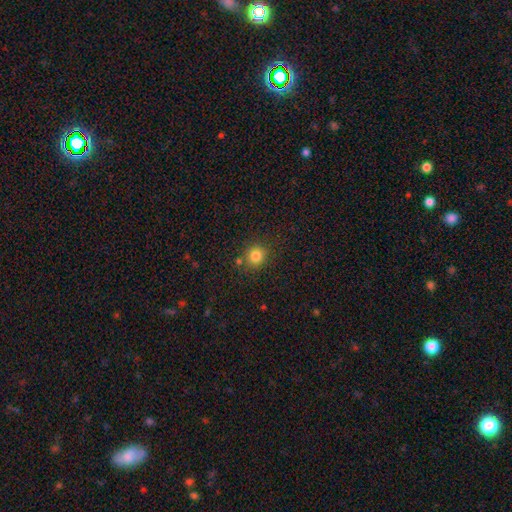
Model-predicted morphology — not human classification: The model was most divided on "smooth or featured": smooth: 82%, star or artifact: 12%, featured or disk: 5%. More confident: how rounded — round (87%); merging — none (80%).